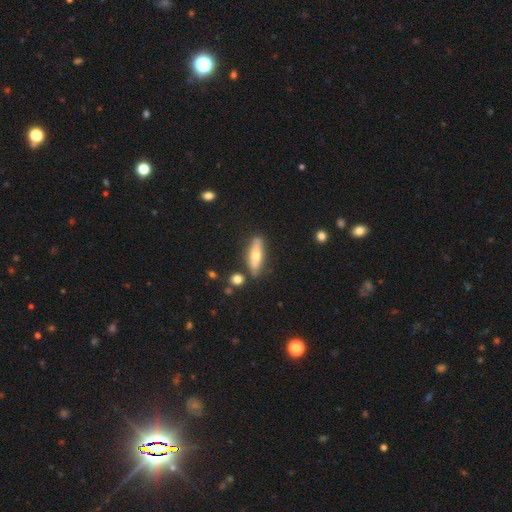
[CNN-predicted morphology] This is possibly a smooth galaxy (52%). How rounded: likely cigar-shaped (61%). Merging: likely none (80%).